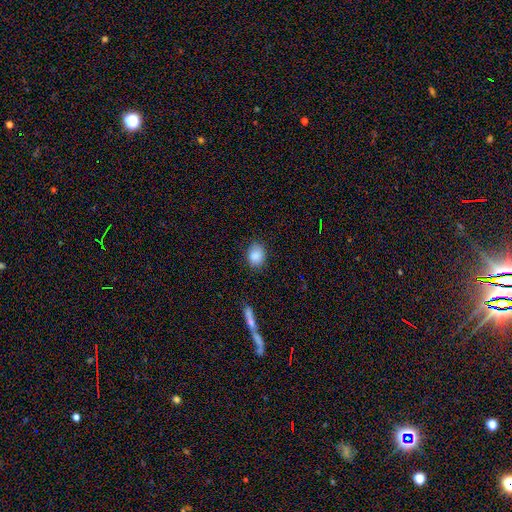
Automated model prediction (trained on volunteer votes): smooth-or-featured: smooth: 86% | star or artifact: 8% | featured or disk: 6%
  how-rounded: in between: 58% | round: 40% | cigar-shaped: 1%
  merging: none: 79% | minor disturbance: 16% | major disturbance: 3% | merger: 2%